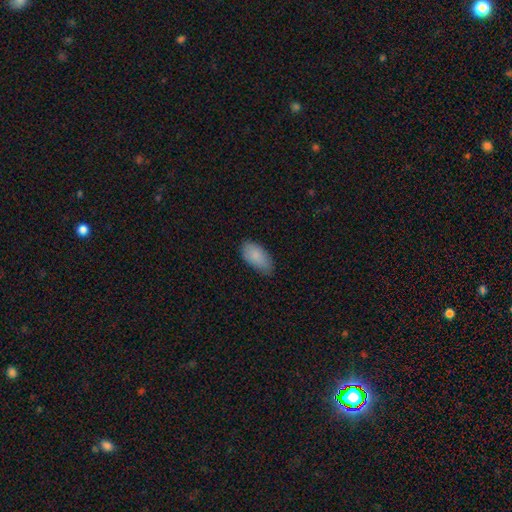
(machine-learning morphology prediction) This is clearly a smooth galaxy (87%). How rounded: clearly in between (94%). Merging: likely none (68%).